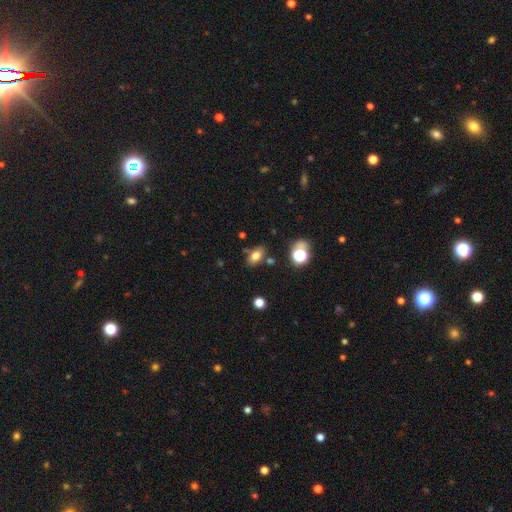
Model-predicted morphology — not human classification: A smooth galaxy with no disk features (74%) that is in between round and cigar-shaped (83%). Merging: none (76%).